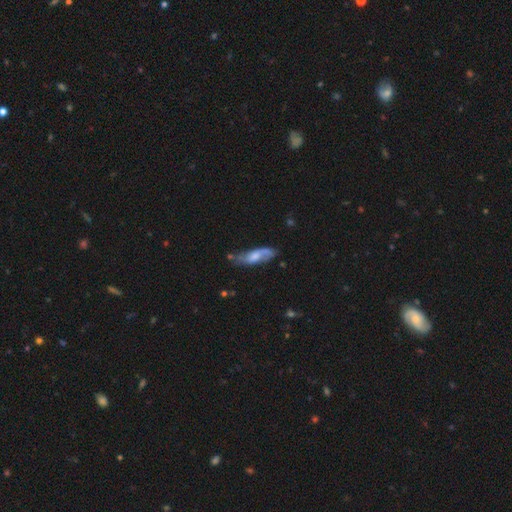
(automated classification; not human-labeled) smooth-or-featured: featured or disk: 55% | smooth: 39% | star or artifact: 6%
  disk-edge-on: no: 79% | yes: 21%
  merging: none: 59% | minor disturbance: 25% | major disturbance: 9% | merger: 6%